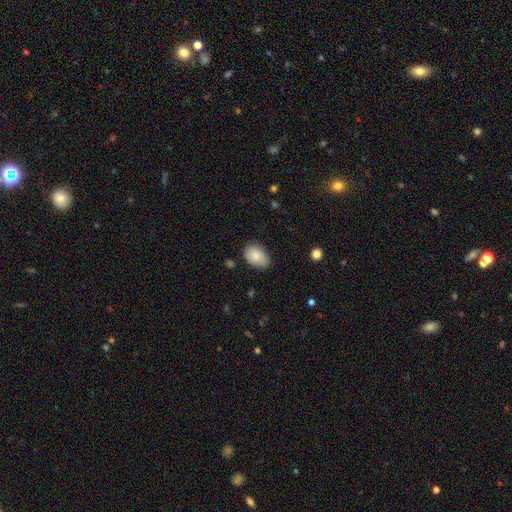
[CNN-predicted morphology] smooth 83%, featured or disk 10%, star or artifact 7%. Down the decision tree: how rounded — in between (83%); merging — none (73%).